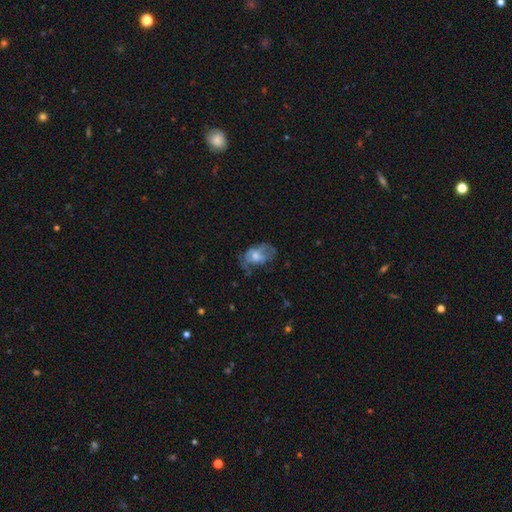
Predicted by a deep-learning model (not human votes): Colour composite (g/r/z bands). It shows a featured or disk galaxy (50%). Merging: none (44%).